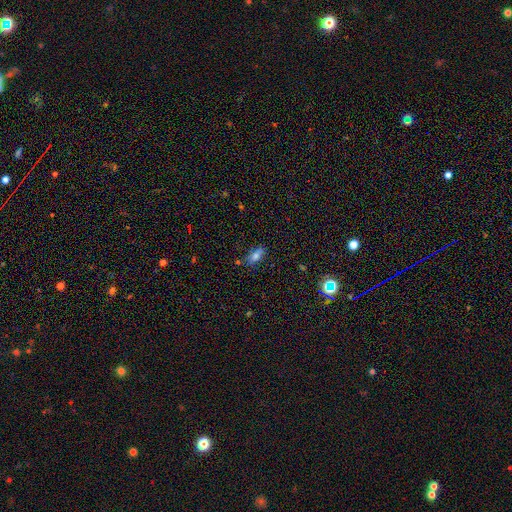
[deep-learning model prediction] smooth_or_featured: smooth (p=0.67) [alt: featured or disk p=0.19]
how_rounded: in between (p=0.79) [alt: cigar-shaped p=0.15]
merging: none (p=0.71) [alt: minor disturbance p=0.18]